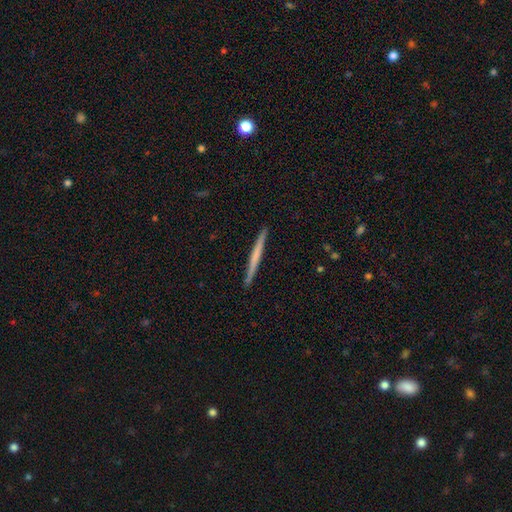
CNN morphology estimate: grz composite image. It shows a smooth galaxy with no disk features (49%). Merging: none (92%).